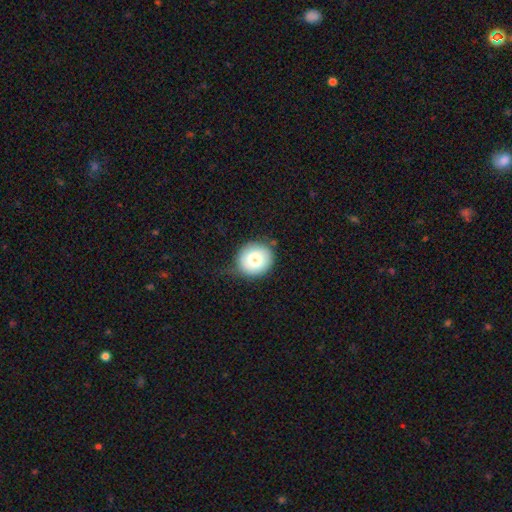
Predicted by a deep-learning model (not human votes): Smooth or featured?
  - smooth: 72% *
  - featured or disk: 20%
  - star or artifact: 7%
How rounded?
  - round: 80% *
  - in between: 19%
  - cigar-shaped: 1%
Merging?
  - none: 69% *
  - minor disturbance: 23%
  - major disturbance: 6%
  - merger: 2%